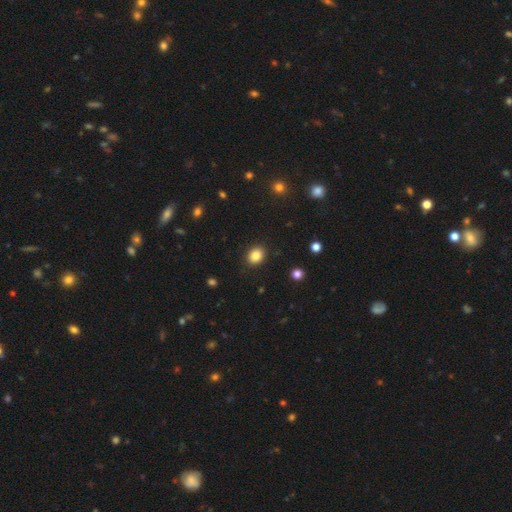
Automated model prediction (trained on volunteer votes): smooth 86%, star or artifact 10%, featured or disk 4%. Down the decision tree: how rounded — round (56%); merging — none (90%).